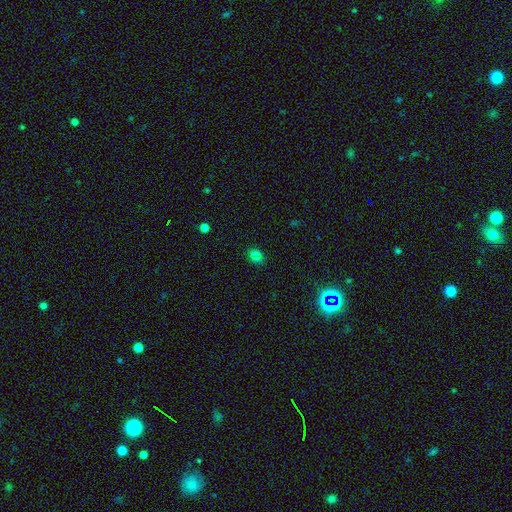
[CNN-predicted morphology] A smooth galaxy with no disk features (70%) that is round (56%). Merging: none (77%).